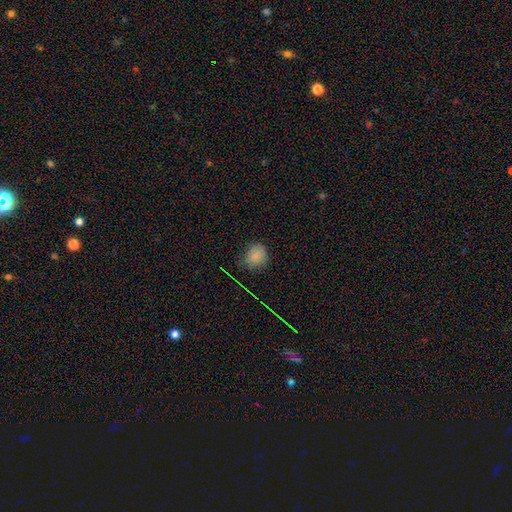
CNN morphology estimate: Q: Smooth or featured?
A: smooth (75%); runner-up: star or artifact (19%)
Q: How rounded?
A: round (71%); runner-up: in between (28%)
Q: Merging?
A: none (69%); runner-up: minor disturbance (23%)